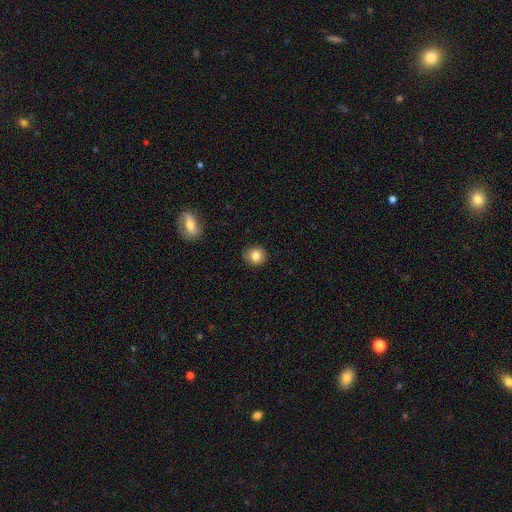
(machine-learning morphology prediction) This appears to be a smooth galaxy with no disk features (83%) that is round (84%). Merging: none (88%).